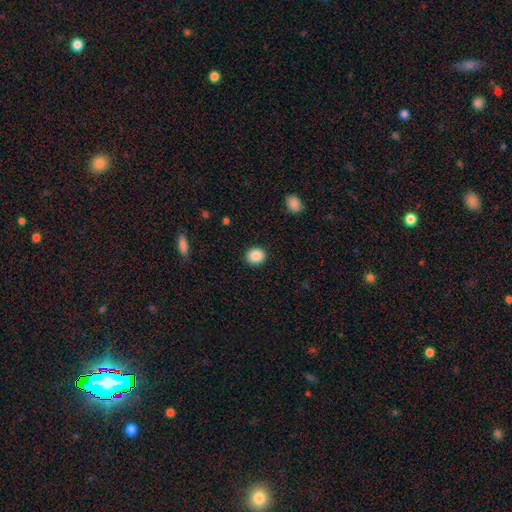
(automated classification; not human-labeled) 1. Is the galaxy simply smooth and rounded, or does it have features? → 88% smooth, 9% star or artifact, 3% featured or disk.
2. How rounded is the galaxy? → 82% round, 17% in between, 1% cigar-shaped.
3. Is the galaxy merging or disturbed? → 91% none, 6% minor disturbance, 2% major disturbance, 1% merger.